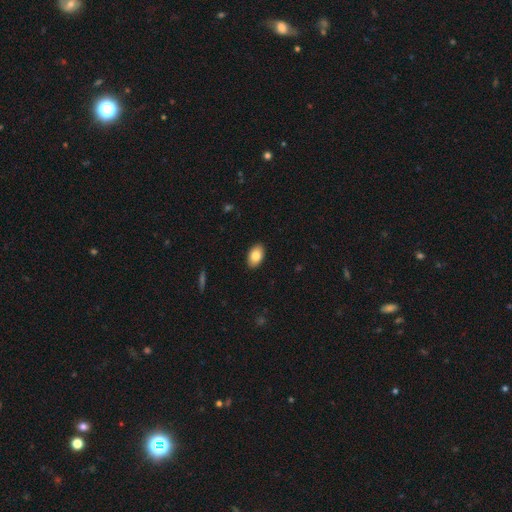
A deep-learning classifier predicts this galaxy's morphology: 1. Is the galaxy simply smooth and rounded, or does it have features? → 83% smooth, 10% featured or disk, 7% star or artifact.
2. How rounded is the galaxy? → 92% in between, 7% round, 1% cigar-shaped.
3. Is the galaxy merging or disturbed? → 90% none, 7% minor disturbance, 2% major disturbance, 1% merger.